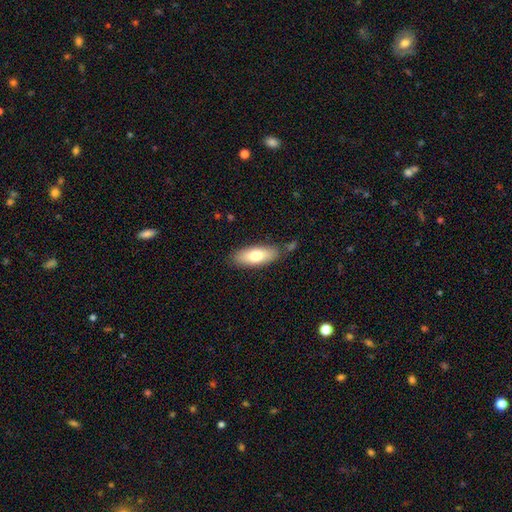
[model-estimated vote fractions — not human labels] smooth_or_featured: smooth (p=0.73) [alt: featured or disk p=0.21]
how_rounded: in between (p=0.74) [alt: cigar-shaped p=0.23]
merging: none (p=0.80) [alt: minor disturbance p=0.13]